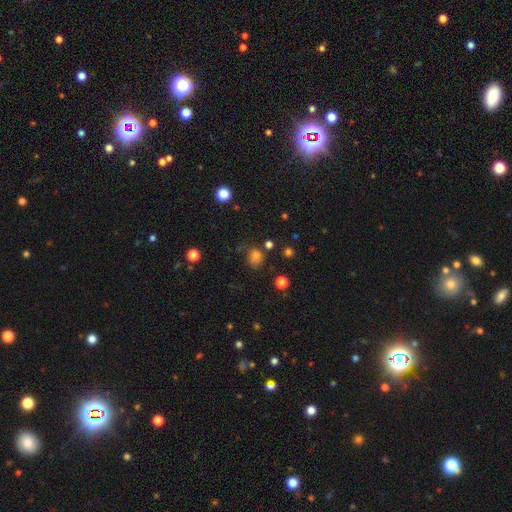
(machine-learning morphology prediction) Smooth or featured: smooth — 74% (star or artifact — 19%)
How rounded: round — 72% (in between — 27%)
Merging: none — 68% (minor disturbance — 20%)